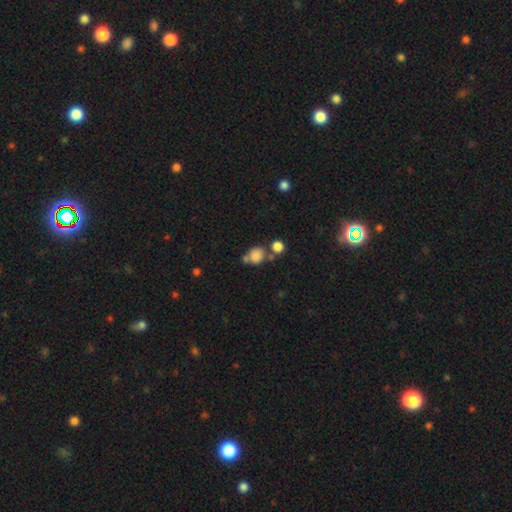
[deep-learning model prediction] smooth 81%, star or artifact 11%, featured or disk 8%. Down the decision tree: how rounded — round (75%); merging — none (51%).